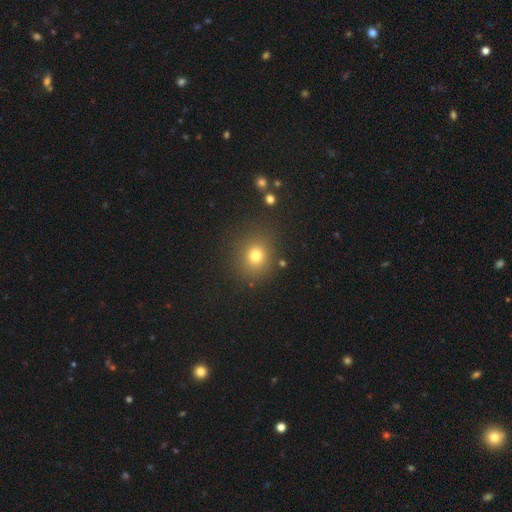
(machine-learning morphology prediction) This is likely a smooth galaxy (76%). How rounded: likely round (72%). Merging: clearly none (84%).